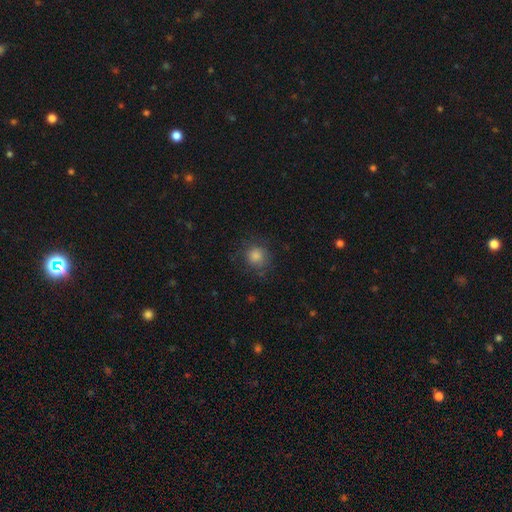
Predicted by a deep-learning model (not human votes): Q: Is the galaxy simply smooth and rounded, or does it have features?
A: smooth — 80%.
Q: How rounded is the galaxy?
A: round — 89%.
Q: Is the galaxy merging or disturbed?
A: none — 79%.